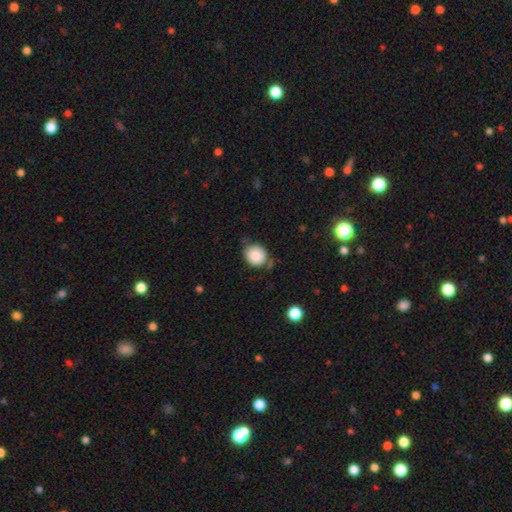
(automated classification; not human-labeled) Smooth or featured?
  - smooth: 86% *
  - star or artifact: 8%
  - featured or disk: 5%
How rounded?
  - round: 80% *
  - in between: 19%
  - cigar-shaped: 1%
Merging?
  - none: 69% *
  - minor disturbance: 20%
  - merger: 5%
  - major disturbance: 5%